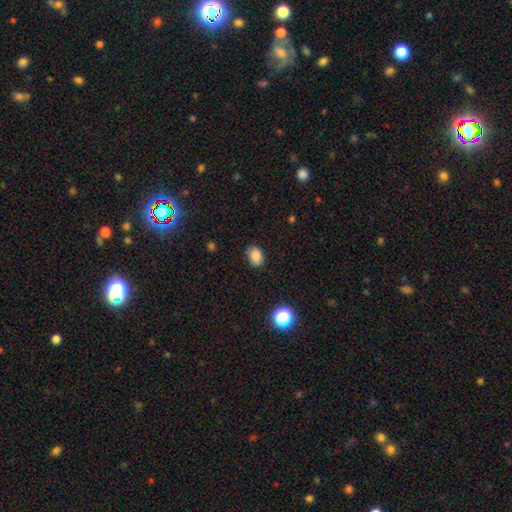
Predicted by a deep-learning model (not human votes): A smooth galaxy with no disk features (85%) that is in between round and cigar-shaped (81%).

Vote fractions:
- Smooth or featured? smooth: 85% / star or artifact: 10% / featured or disk: 5%
- How rounded? in between: 81% / round: 18% / cigar-shaped: 1%
- Merging? none: 80% / minor disturbance: 16% / major disturbance: 3% / merger: 1%